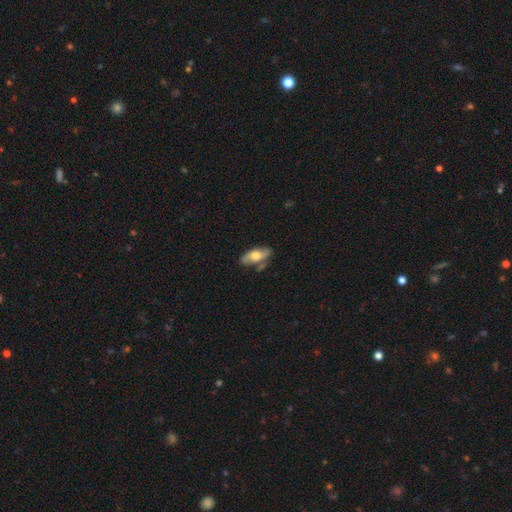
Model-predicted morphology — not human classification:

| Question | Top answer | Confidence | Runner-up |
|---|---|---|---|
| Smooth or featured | smooth | 50% | featured or disk (44%) |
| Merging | none | 67% | minor disturbance (20%) |